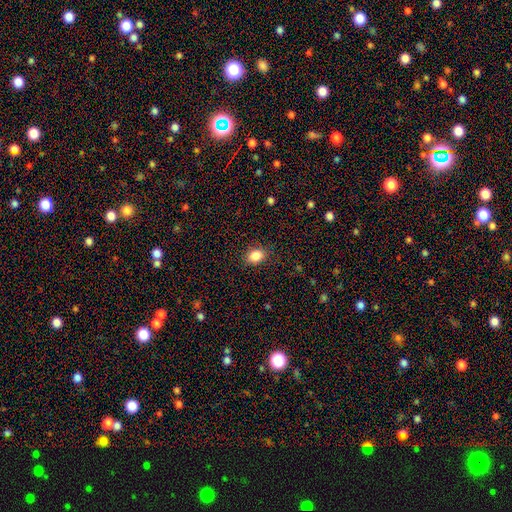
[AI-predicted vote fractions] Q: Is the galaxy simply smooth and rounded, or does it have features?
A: smooth — 85%.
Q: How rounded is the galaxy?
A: in between — 57%.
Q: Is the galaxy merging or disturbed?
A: none — 86%.